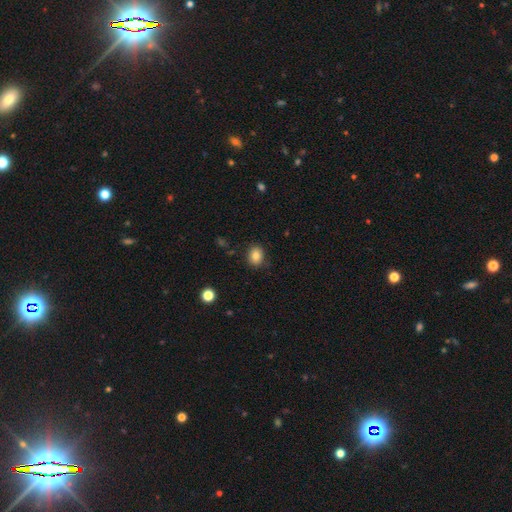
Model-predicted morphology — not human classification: Smooth or featured? smooth (83%)
How rounded? round (59%)
Merging? none (85%)